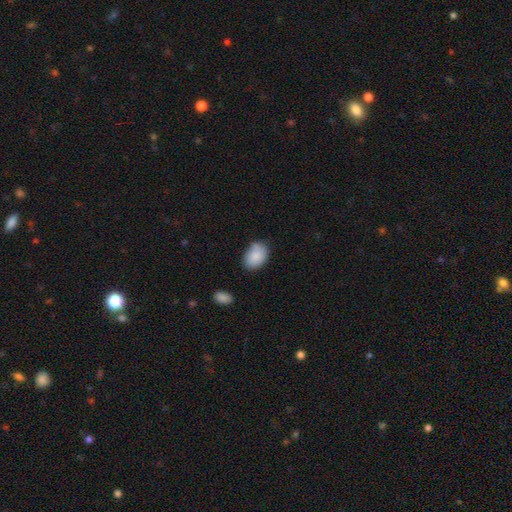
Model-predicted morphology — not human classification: A smooth galaxy with no disk features (86%) that is in between round and cigar-shaped (80%).

Vote fractions:
- Smooth or featured? smooth: 86% / featured or disk: 7% / star or artifact: 7%
- How rounded? in between: 80% / round: 19% / cigar-shaped: 1%
- Merging? none: 64% / minor disturbance: 26% / major disturbance: 5% / merger: 5%